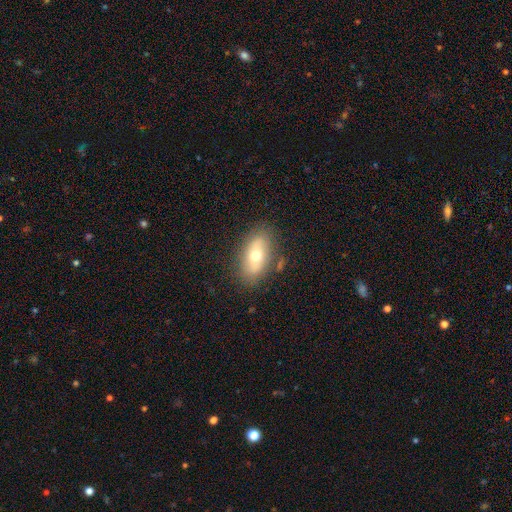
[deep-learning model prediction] This is possibly a smooth galaxy (58%). How rounded: clearly in between (88%). Merging: likely none (79%).